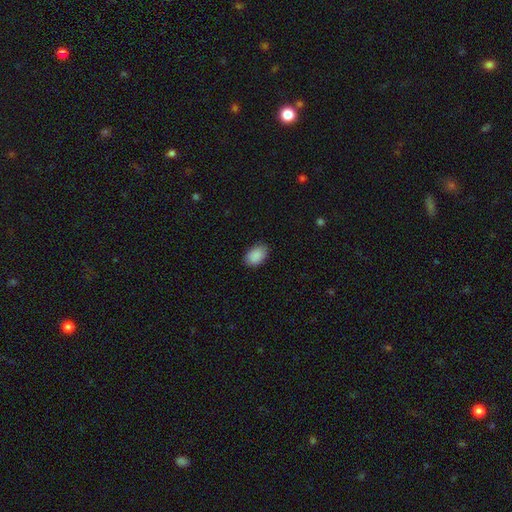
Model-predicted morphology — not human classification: Overall: smooth (90%). How rounded: in between (89%). Merging: none (86%).